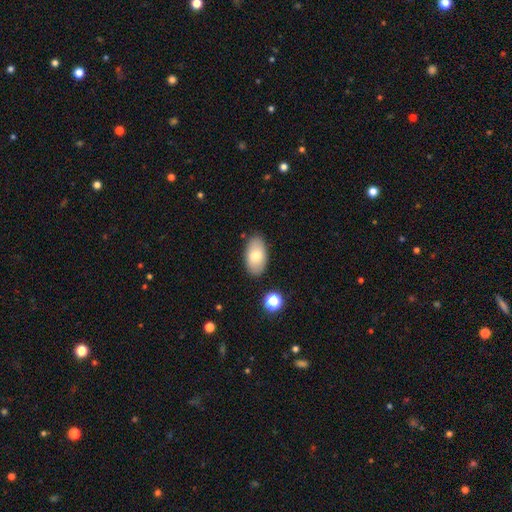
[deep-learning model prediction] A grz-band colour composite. It shows a smooth galaxy with no disk features (74%) that is in between round and cigar-shaped (94%). Merging: none (85%).